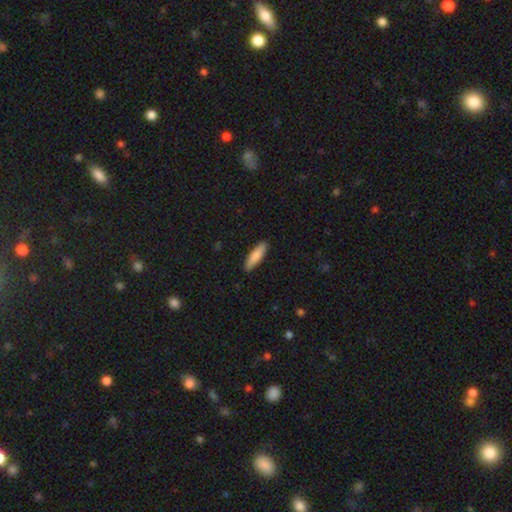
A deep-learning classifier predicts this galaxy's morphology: smooth-or-featured: smooth: 82% | featured or disk: 12% | star or artifact: 5%
  how-rounded: cigar-shaped: 65% | in between: 33% | round: 2%
  merging: none: 90% | minor disturbance: 8% | major disturbance: 2% | merger: 1%